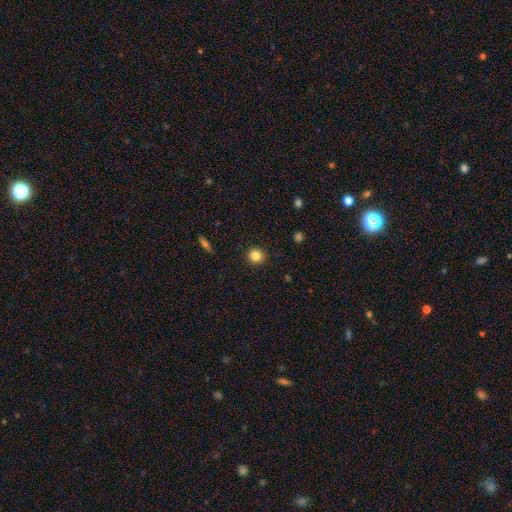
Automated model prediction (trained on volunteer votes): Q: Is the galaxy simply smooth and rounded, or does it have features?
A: smooth — 84%.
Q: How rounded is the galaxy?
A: round — 93%.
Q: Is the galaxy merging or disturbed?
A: none — 92%.